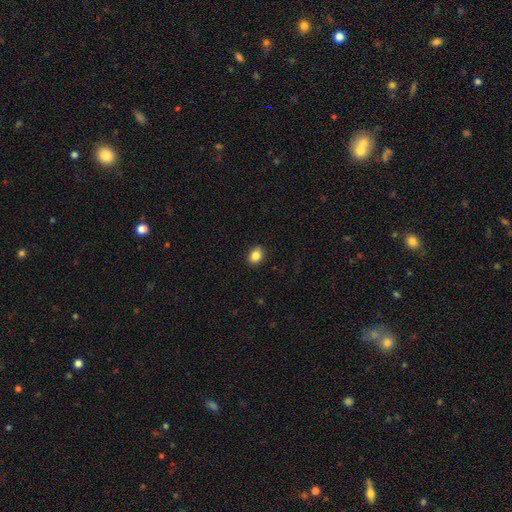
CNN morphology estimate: This appears to be a smooth galaxy with no disk features (86%) that is in between round and cigar-shaped (66%). Merging: none (90%).